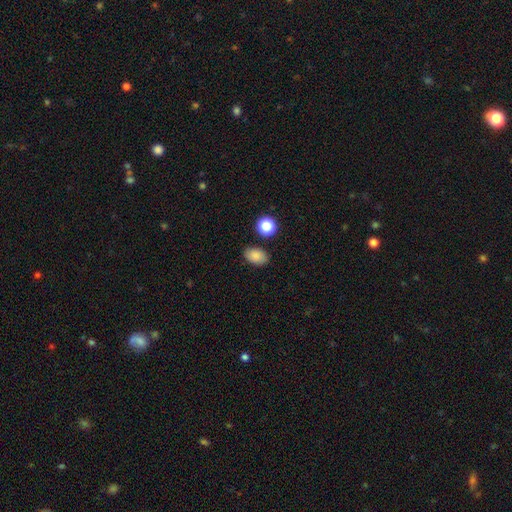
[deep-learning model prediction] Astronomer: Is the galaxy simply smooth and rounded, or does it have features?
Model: smooth — 85%.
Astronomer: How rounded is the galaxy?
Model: in between — 86%.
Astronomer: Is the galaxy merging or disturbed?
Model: none — 84%.